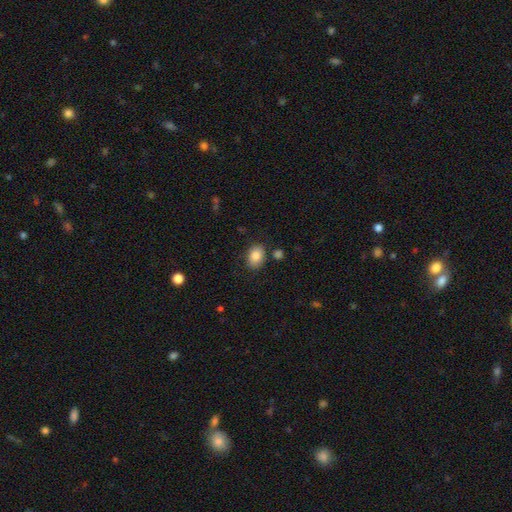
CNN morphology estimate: Q: Smooth or featured?
A: smooth (86%); runner-up: star or artifact (8%)
Q: How rounded?
A: in between (77%); runner-up: round (22%)
Q: Merging?
A: none (79%); runner-up: minor disturbance (13%)